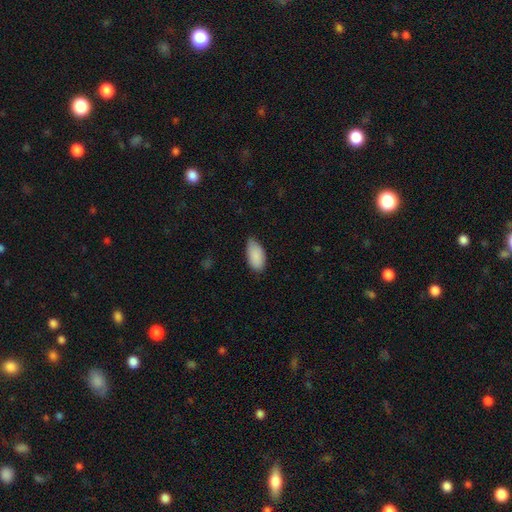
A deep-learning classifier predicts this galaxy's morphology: Smooth or featured: smooth — 89% (star or artifact — 6%)
How rounded: in between — 95% (cigar-shaped — 3%)
Merging: none — 66% (minor disturbance — 30%)